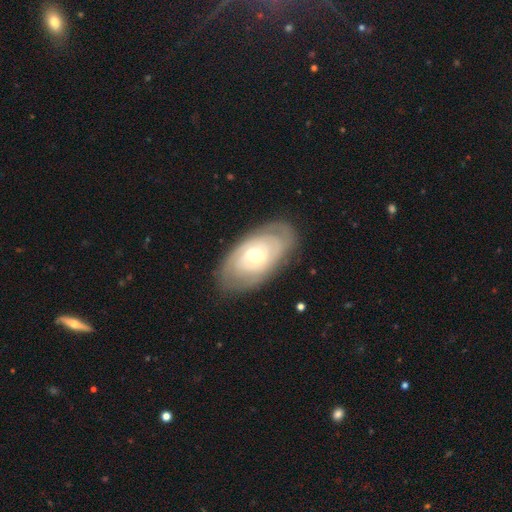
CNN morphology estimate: Smooth or featured?
  - featured or disk: 75% *
  - smooth: 20%
  - star or artifact: 5%
Edge-on disk?
  - no: 92% *
  - yes: 8%
Bar?
  - no: 65% *
  - weak: 28%
  - strong: 8%
Spiral arms?
  - yes: 81% *
  - no: 19%
Spiral winding?
  - tight: 73% *
  - medium: 21%
  - loose: 6%
Spiral arm count?
  - can't tell: 44% *
  - 2: 31%
  - 3: 12%
  - 4: 5%
  - 1: 4%
  - more than 4: 3%
Bulge size?
  - moderate: 70% *
  - small: 21%
  - large: 7%
  - dominant: 1%
  - none: 1%
Merging?
  - none: 81% *
  - minor disturbance: 14%
  - major disturbance: 4%
  - merger: 1%